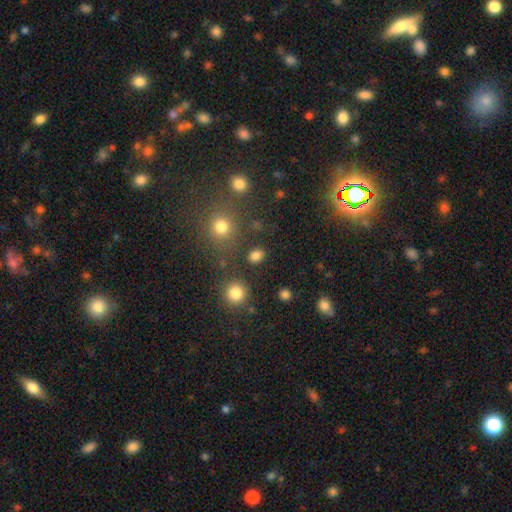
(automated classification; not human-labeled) The model was most divided on "how rounded": in between: 54%, round: 44%, cigar-shaped: 2%. More confident: merging — none (82%); smooth or featured — smooth (81%).